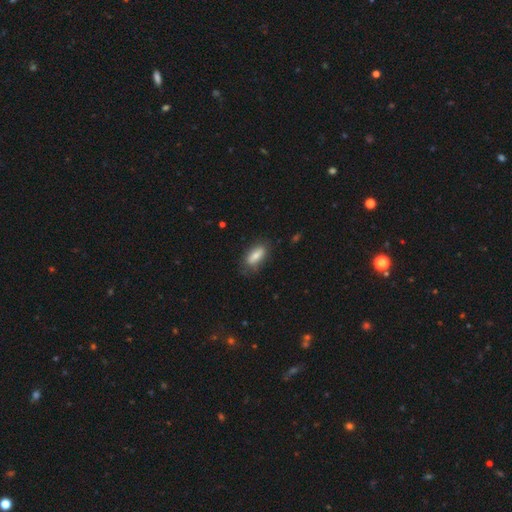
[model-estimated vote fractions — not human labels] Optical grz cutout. It shows a smooth galaxy with no disk features (74%) that is in between round and cigar-shaped (73%). Merging: none (77%).